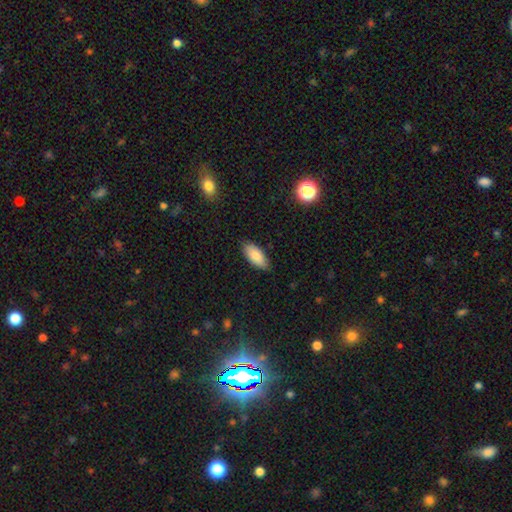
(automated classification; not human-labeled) A smooth galaxy with no disk features (85%) that is in between round and cigar-shaped (88%).

Vote fractions:
- Smooth or featured? smooth: 85% / featured or disk: 8% / star or artifact: 7%
- How rounded? in between: 88% / cigar-shaped: 10% / round: 2%
- Merging? none: 85% / minor disturbance: 12% / major disturbance: 2% / merger: 1%